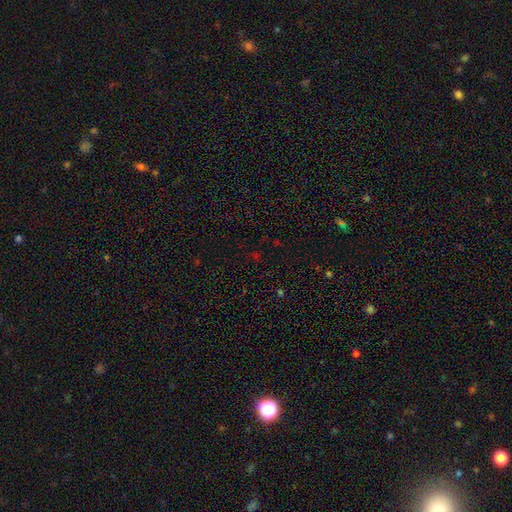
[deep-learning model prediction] Smooth or featured: star or artifact — 60% (smooth — 32%)